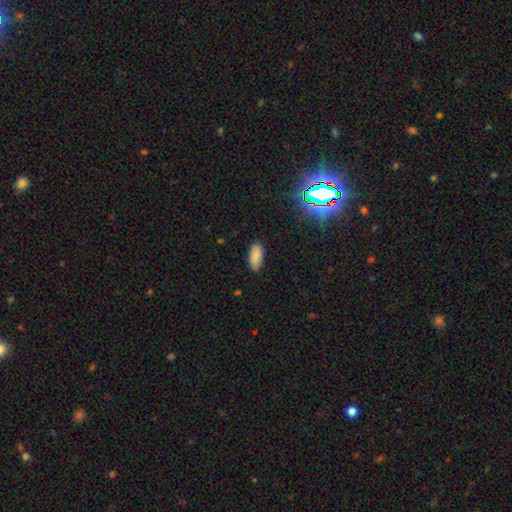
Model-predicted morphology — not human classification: type=smooth (85%); roundness=in between (88%); merging=none (84%).